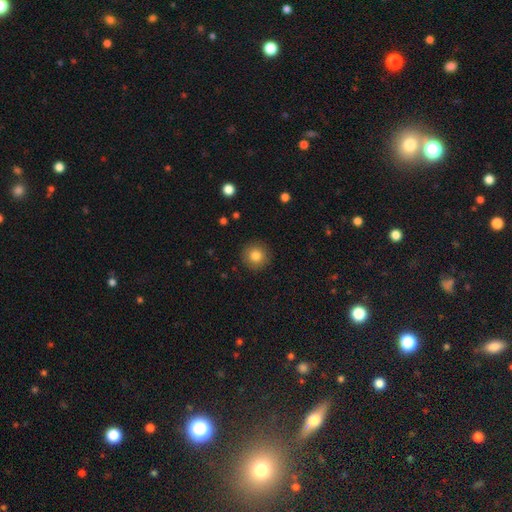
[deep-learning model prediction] smooth-or-featured: smooth: 82% | star or artifact: 10% | featured or disk: 8%
  how-rounded: round: 95% | in between: 4% | cigar-shaped: 1%
  merging: none: 91% | minor disturbance: 6% | major disturbance: 2% | merger: 1%